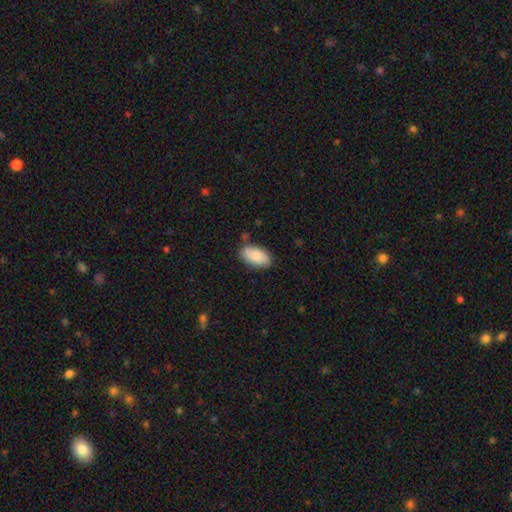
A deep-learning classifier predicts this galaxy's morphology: smooth 86%, featured or disk 7%, star or artifact 6%. Down the decision tree: how rounded — in between (95%); merging — none (77%).